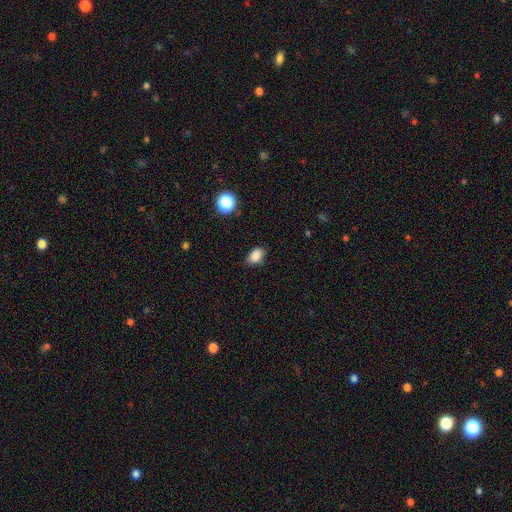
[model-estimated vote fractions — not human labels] A smooth galaxy with no disk features (86%) that is in between round and cigar-shaped (82%).

Vote fractions:
- Smooth or featured? smooth: 86% / star or artifact: 10% / featured or disk: 4%
- How rounded? in between: 82% / round: 16% / cigar-shaped: 2%
- Merging? none: 82% / minor disturbance: 14% / major disturbance: 3% / merger: 1%